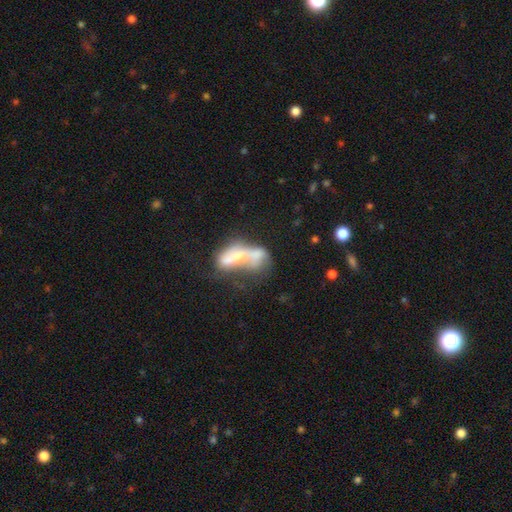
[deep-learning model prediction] Overall: featured or disk (45%; smooth 44%). Merging: merger (54%; major disturbance 21%).